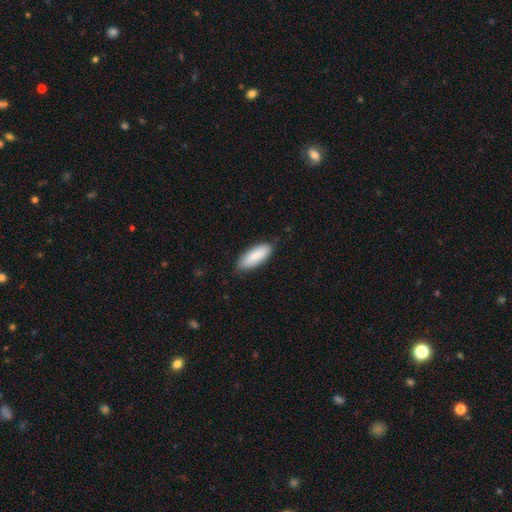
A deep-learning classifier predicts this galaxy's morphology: type=smooth (86%); roundness=in between (76%); merging=none (79%).